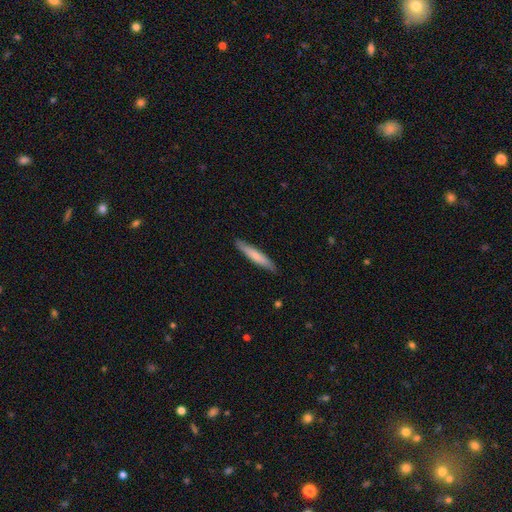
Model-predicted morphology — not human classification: A smooth galaxy with no disk features (72%) that is cigar-shaped (92%). Merging: none (88%).